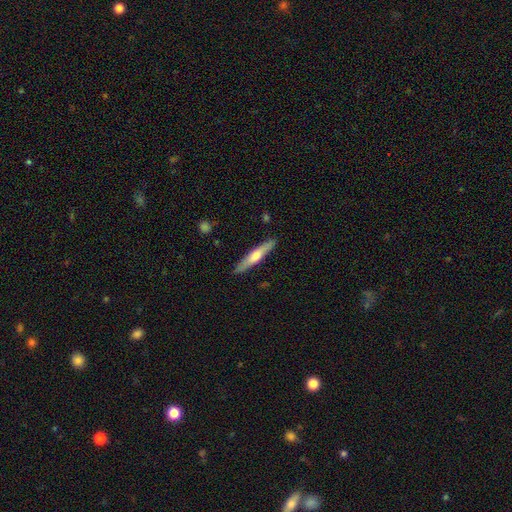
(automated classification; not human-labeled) Smooth or featured?
  - featured or disk: 47% * (tied)
  - smooth: 47% * (tied)
  - star or artifact: 5%
Merging?
  - none: 89% *
  - minor disturbance: 8%
  - major disturbance: 2%
  - merger: 1%